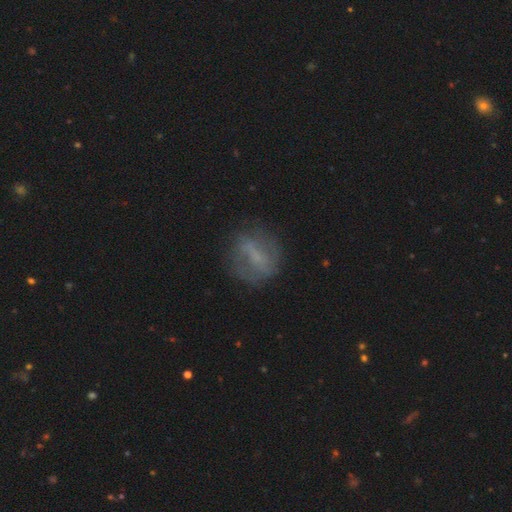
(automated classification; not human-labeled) Q: Smooth or featured?
A: featured or disk (49%); runner-up: smooth (38%)
Q: Merging?
A: none (69%); runner-up: minor disturbance (18%)